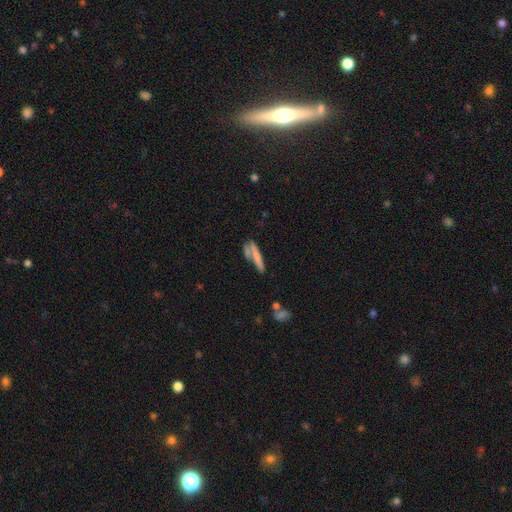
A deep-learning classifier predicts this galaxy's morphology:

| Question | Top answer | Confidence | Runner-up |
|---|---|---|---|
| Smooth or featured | smooth | 69% | featured or disk (23%) |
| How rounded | cigar-shaped | 85% | in between (12%) |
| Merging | none | 54% | merger (25%) |